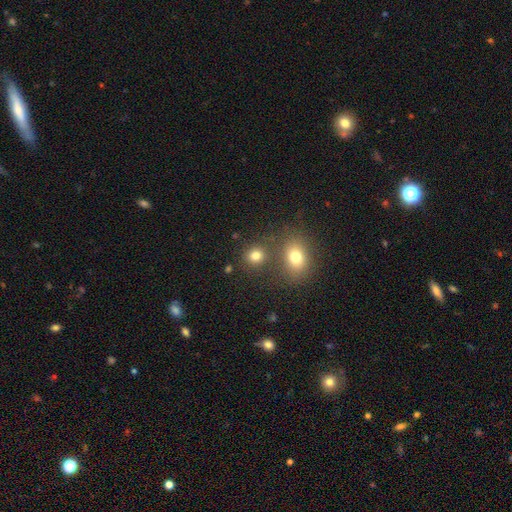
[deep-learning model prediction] Smooth or featured?
  - smooth: 78% *
  - star or artifact: 15%
  - featured or disk: 7%
How rounded?
  - round: 76% *
  - in between: 23%
  - cigar-shaped: 1%
Merging?
  - none: 71% *
  - merger: 17%
  - minor disturbance: 8%
  - major disturbance: 4%